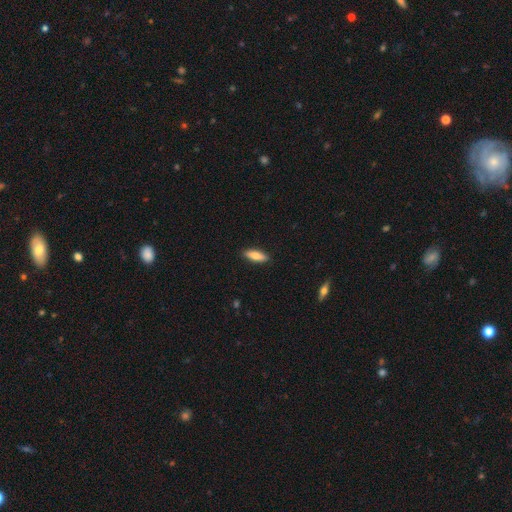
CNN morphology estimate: Q: Smooth or featured?
A: smooth (81%); runner-up: featured or disk (13%)
Q: How rounded?
A: in between (54%); runner-up: cigar-shaped (44%)
Q: Merging?
A: none (90%); runner-up: minor disturbance (8%)